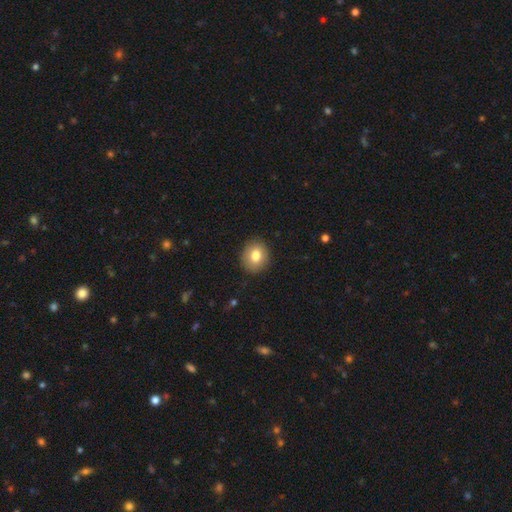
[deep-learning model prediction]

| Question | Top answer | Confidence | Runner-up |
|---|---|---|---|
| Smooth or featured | smooth | 80% | featured or disk (11%) |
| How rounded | round | 70% | in between (29%) |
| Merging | none | 90% | minor disturbance (7%) |